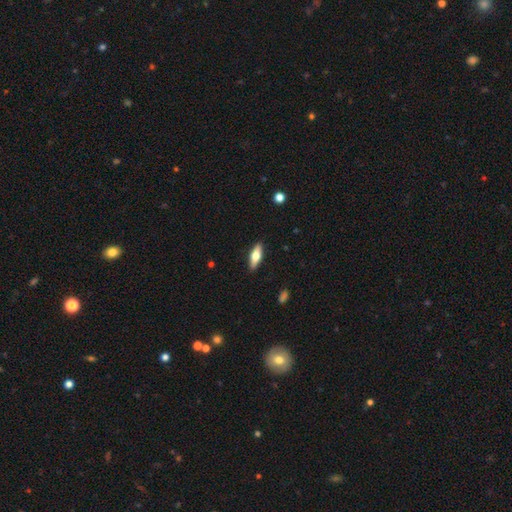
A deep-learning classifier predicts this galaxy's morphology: This appears to be a smooth galaxy with no disk features (52%) that is in between round and cigar-shaped (54%). Merging: none (89%).